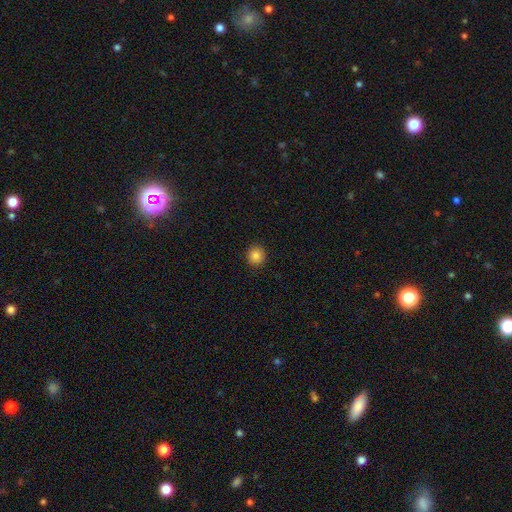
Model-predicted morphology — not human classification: Smooth or featured? smooth (85%)
How rounded? round (91%)
Merging? none (92%)